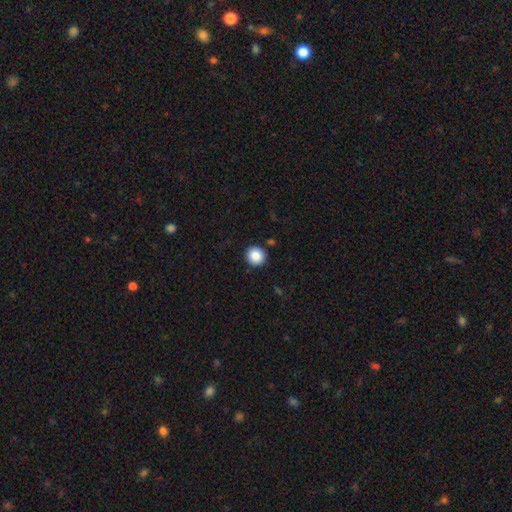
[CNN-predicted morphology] This is clearly a smooth galaxy (87%). How rounded: clearly round (93%). Merging: clearly none (90%).